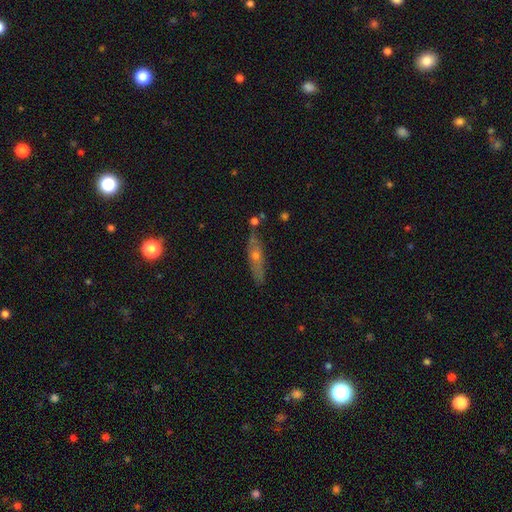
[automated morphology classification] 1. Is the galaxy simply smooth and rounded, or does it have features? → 54% featured or disk, 37% smooth, 9% star or artifact.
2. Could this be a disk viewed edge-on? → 65% yes, 35% no.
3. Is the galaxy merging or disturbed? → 73% none, 17% minor disturbance, 6% merger, 4% major disturbance.